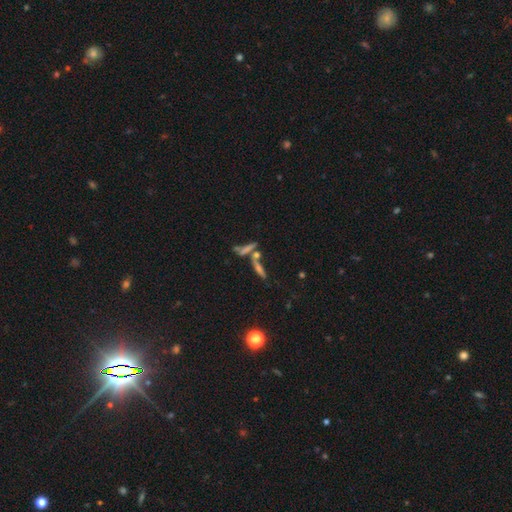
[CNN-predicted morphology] type=featured or disk (43%); merging=none (42%).